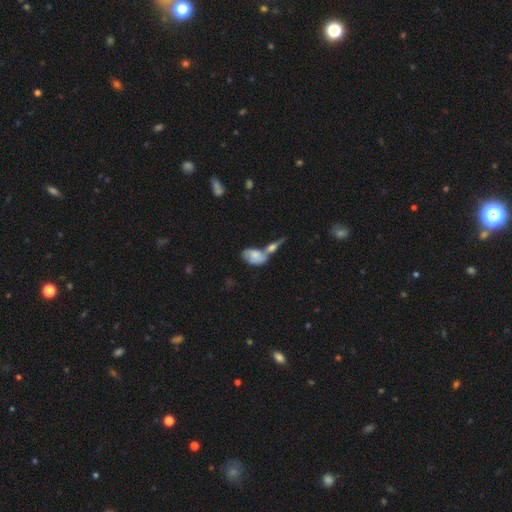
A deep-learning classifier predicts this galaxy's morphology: smooth-or-featured: smooth: 62% | featured or disk: 31% | star or artifact: 7%
  how-rounded: in between: 89% | round: 7% | cigar-shaped: 4%
  merging: merger: 52% | none: 28% | minor disturbance: 14% | major disturbance: 7%